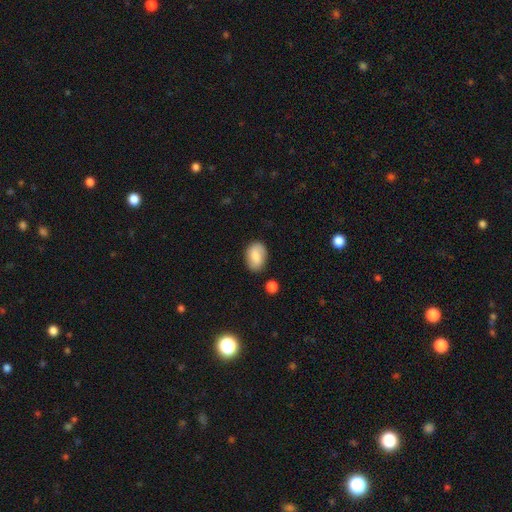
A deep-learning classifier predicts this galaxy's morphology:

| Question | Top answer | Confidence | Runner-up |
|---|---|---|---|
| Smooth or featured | smooth | 78% | featured or disk (15%) |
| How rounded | in between | 84% | round (14%) |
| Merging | none | 78% | minor disturbance (16%) |